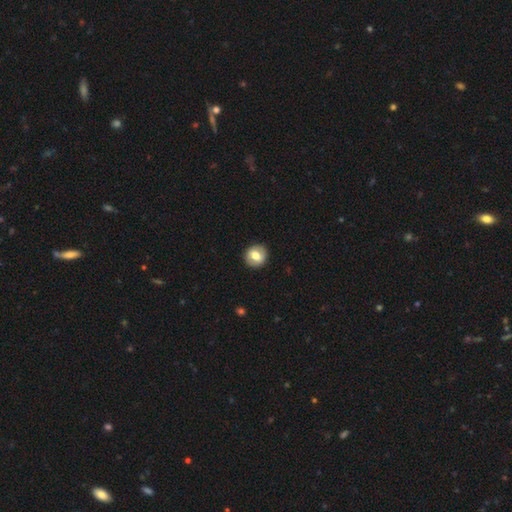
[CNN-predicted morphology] The model was most divided on "smooth or featured": smooth: 69%, featured or disk: 23%, star or artifact: 8%. More confident: merging — none (90%); how rounded — round (85%).